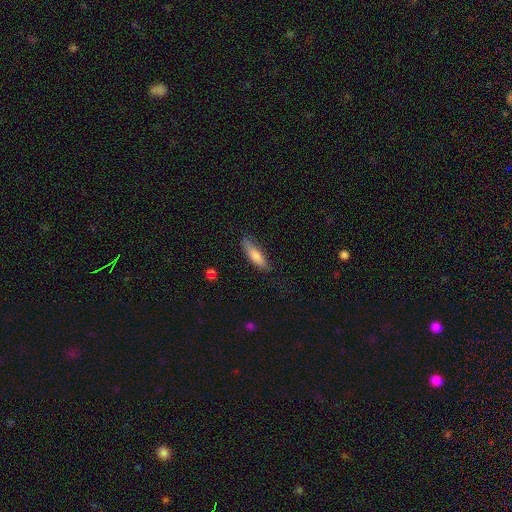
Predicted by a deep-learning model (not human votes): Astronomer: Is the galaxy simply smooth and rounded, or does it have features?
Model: smooth — 76%.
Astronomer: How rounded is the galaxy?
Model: cigar-shaped — 62%.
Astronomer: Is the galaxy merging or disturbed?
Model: none — 75%.